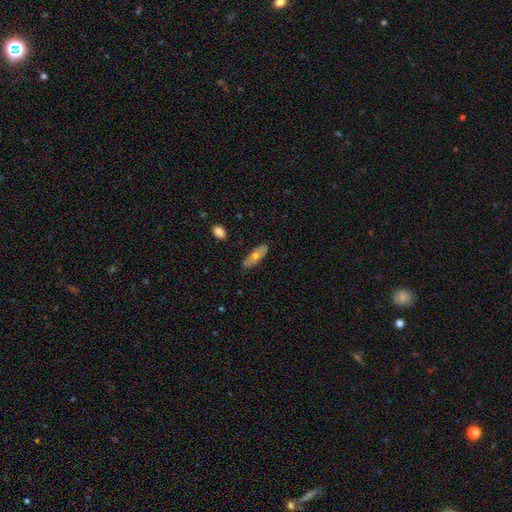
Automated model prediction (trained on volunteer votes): A smooth galaxy with no disk features (55%) that is in between round and cigar-shaped (62%). Merging: none (84%).